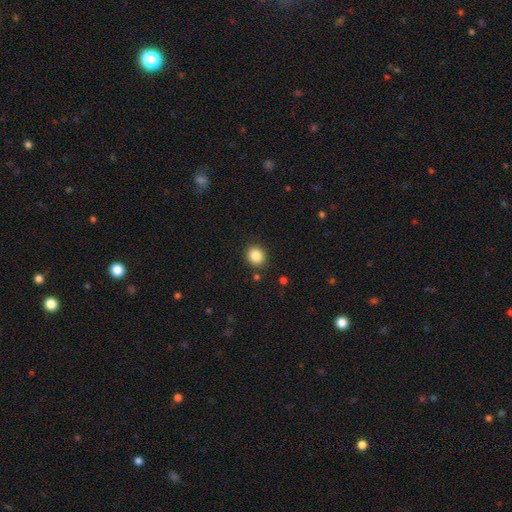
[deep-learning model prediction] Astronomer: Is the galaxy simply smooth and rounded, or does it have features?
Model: smooth — 86%.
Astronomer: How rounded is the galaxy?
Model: round — 74%.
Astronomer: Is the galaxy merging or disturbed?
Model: none — 88%.